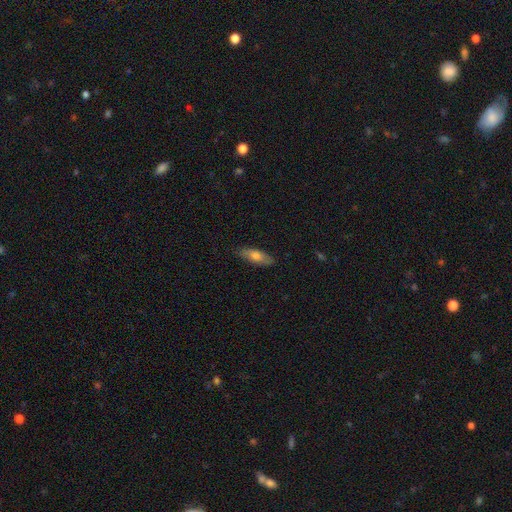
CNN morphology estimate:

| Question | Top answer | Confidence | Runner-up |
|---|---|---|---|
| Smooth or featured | smooth | 69% | featured or disk (24%) |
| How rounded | in between | 67% | cigar-shaped (31%) |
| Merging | none | 85% | minor disturbance (12%) |